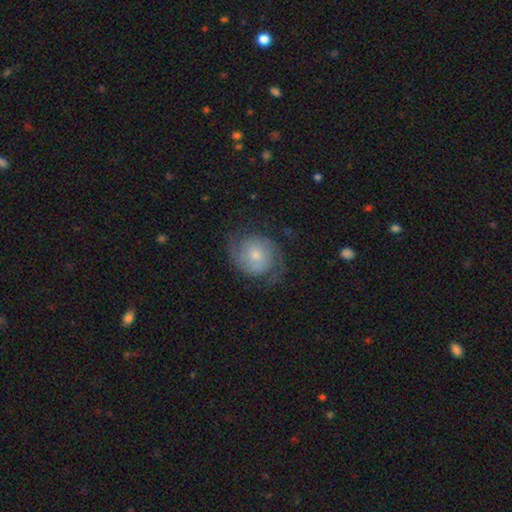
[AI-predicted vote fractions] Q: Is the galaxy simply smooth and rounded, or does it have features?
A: featured or disk — 75%.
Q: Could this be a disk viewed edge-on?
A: no — 98%.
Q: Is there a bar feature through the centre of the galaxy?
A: no — 72%.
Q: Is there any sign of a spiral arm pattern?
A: yes — 94%.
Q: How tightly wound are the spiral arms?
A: medium — 44%.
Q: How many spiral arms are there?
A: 2 — 86%.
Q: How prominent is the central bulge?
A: small — 49%.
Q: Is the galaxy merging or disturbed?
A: none — 72%.